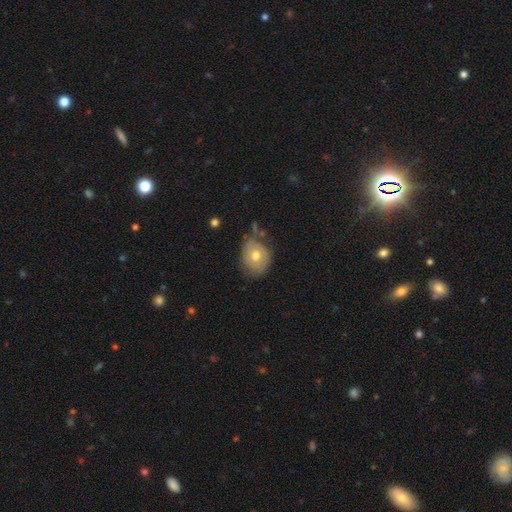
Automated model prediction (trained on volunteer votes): Smooth or featured? Predicted: smooth (p=0.62). How rounded? Predicted: round (p=0.63). Merging? Predicted: none (p=0.60).